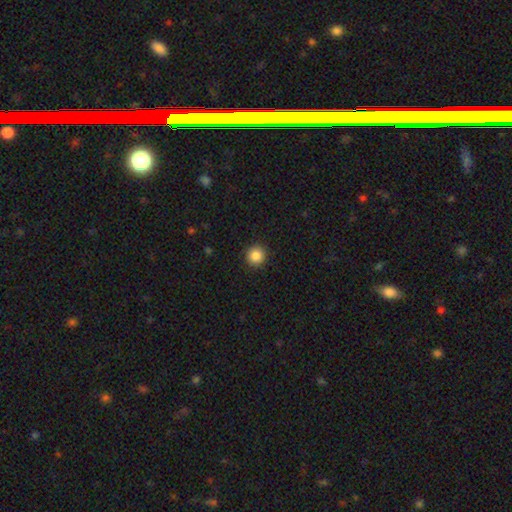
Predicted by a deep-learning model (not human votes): A smooth galaxy with no disk features (86%) that is round (95%).

Vote fractions:
- Smooth or featured? smooth: 86% / star or artifact: 10% / featured or disk: 4%
- How rounded? round: 95% / in between: 4% / cigar-shaped: 1%
- Merging? none: 92% / minor disturbance: 6% / major disturbance: 2% / merger: 1%